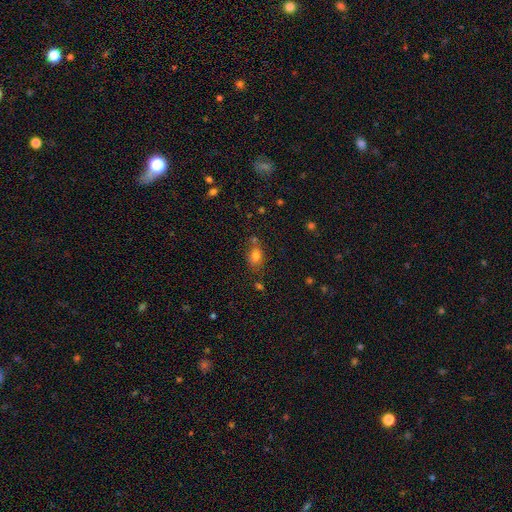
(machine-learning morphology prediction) A smooth galaxy with no disk features (78%) that is in between round and cigar-shaped (65%).

Vote fractions:
- Smooth or featured? smooth: 78% / star or artifact: 13% / featured or disk: 9%
- How rounded? in between: 65% / round: 33% / cigar-shaped: 2%
- Merging? none: 62% / minor disturbance: 18% / merger: 15% / major disturbance: 5%